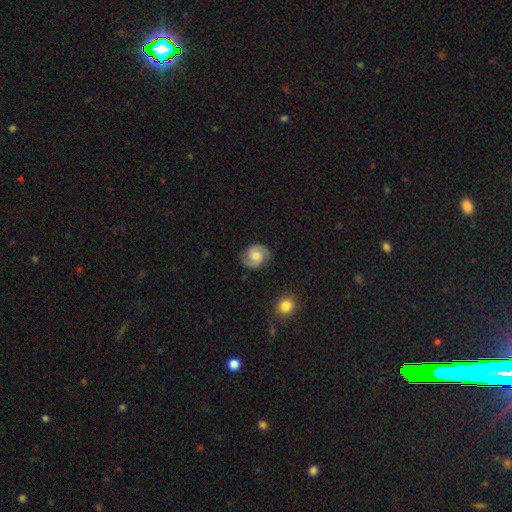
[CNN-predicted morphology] The model was most divided on "spiral winding": medium: 49%, tight: 38%, loose: 12%. More confident: edge-on disk — no (98%); spiral arms — yes (97%); spiral arm count — 2 (92%); merging — none (83%); smooth or featured — featured or disk (77%); bar — no (55%); bulge size — moderate (53%).